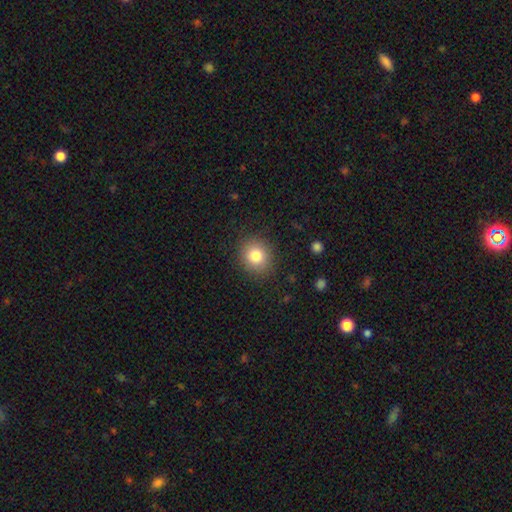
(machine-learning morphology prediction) This is clearly a smooth galaxy (81%). How rounded: likely round (78%). Merging: clearly none (87%).